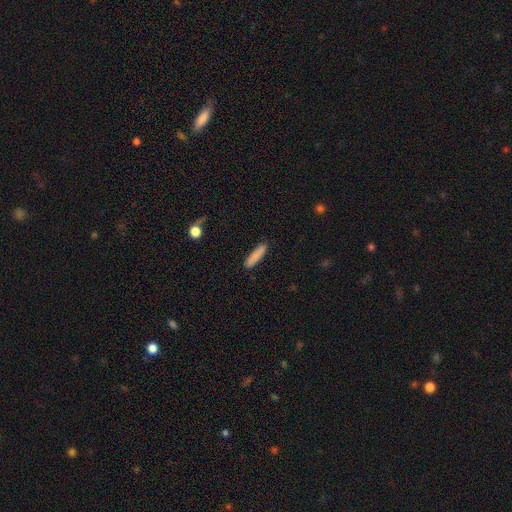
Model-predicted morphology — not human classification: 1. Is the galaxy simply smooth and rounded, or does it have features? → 86% smooth, 8% featured or disk, 6% star or artifact.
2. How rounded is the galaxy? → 83% cigar-shaped, 15% in between, 1% round.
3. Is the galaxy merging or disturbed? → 88% none, 8% minor disturbance, 2% major disturbance, 1% merger.